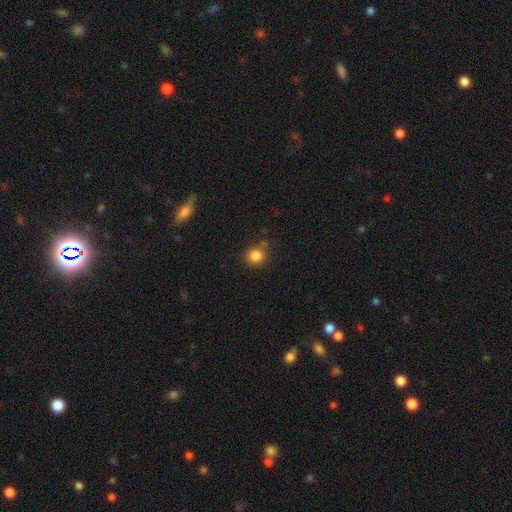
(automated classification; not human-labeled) A smooth galaxy with no disk features (84%) that is round (90%).

Vote fractions:
- Smooth or featured? smooth: 84% / star or artifact: 11% / featured or disk: 5%
- How rounded? round: 90% / in between: 9% / cigar-shaped: 1%
- Merging? none: 75% / minor disturbance: 13% / merger: 8% / major disturbance: 4%